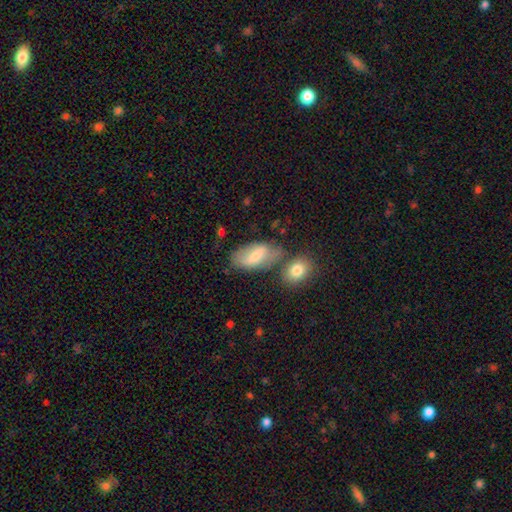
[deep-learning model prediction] smooth_or_featured: smooth (p=0.61) [alt: featured or disk p=0.31]
how_rounded: in between (p=0.89) [alt: cigar-shaped p=0.07]
merging: none (p=0.56) [alt: minor disturbance p=0.19]